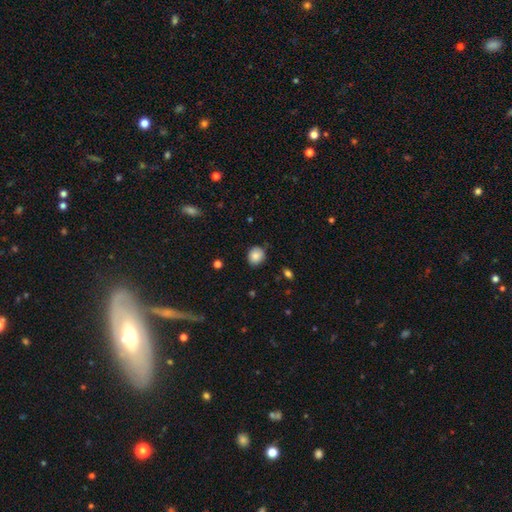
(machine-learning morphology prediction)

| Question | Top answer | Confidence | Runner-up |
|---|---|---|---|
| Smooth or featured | smooth | 84% | star or artifact (9%) |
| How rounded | round | 69% | in between (30%) |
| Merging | none | 79% | minor disturbance (17%) |